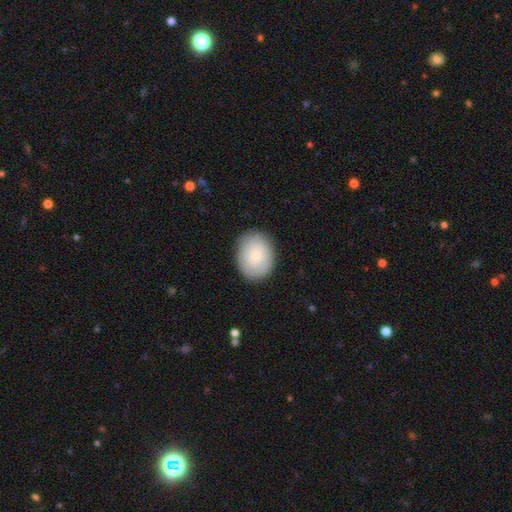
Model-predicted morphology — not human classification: Smooth or featured?
  - smooth: 74% *
  - featured or disk: 19%
  - star or artifact: 7%
How rounded?
  - in between: 54% *
  - round: 45%
  - cigar-shaped: 1%
Merging?
  - none: 85% *
  - minor disturbance: 11%
  - major disturbance: 3%
  - merger: 1%